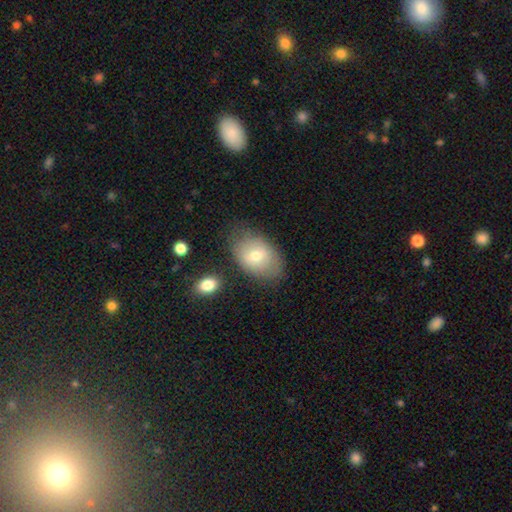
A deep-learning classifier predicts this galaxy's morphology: A smooth galaxy with no disk features (66%) that is in between round and cigar-shaped (85%).

Vote fractions:
- Smooth or featured? smooth: 66% / featured or disk: 26% / star or artifact: 8%
- How rounded? in between: 85% / round: 14% / cigar-shaped: 1%
- Merging? none: 71% / minor disturbance: 19% / major disturbance: 6% / merger: 4%